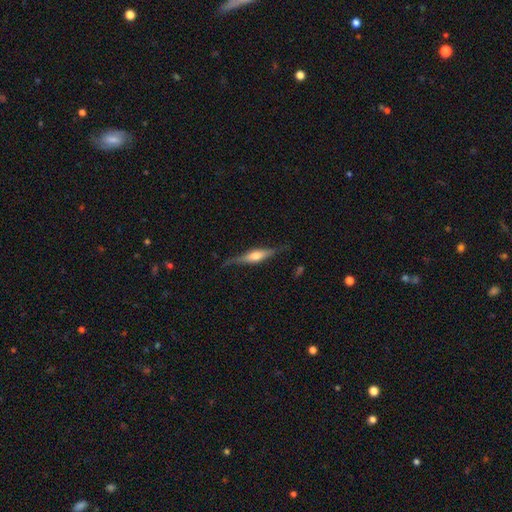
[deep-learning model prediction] Q: Smooth or featured?
A: featured or disk (63%); runner-up: smooth (32%)
Q: Edge-on disk?
A: yes (95%); runner-up: no (5%)
Q: Edge-on bulge?
A: rounded (84%); runner-up: boxy (11%)
Q: Merging?
A: none (75%); runner-up: minor disturbance (18%)